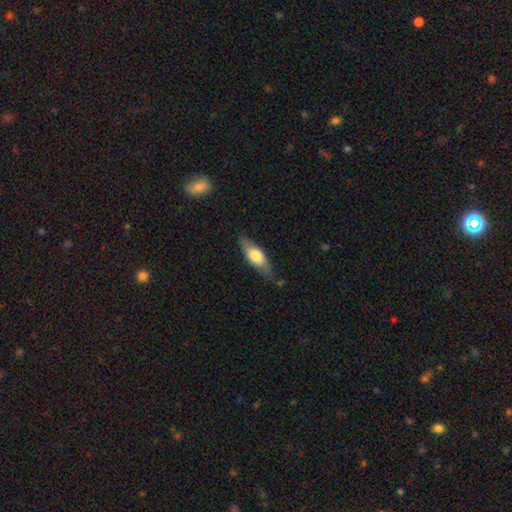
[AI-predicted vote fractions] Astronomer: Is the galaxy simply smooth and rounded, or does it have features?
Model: smooth — 63%.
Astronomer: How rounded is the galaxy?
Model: in between — 65%.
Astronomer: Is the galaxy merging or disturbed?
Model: none — 74%.